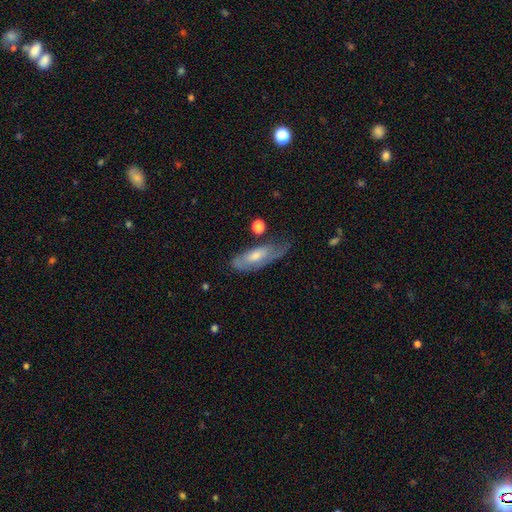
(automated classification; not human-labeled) smooth-or-featured: featured or disk: 56% | smooth: 37% | star or artifact: 7%
  disk-edge-on: no: 77% | yes: 23%
  merging: none: 45% | minor disturbance: 31% | major disturbance: 20% | merger: 4%